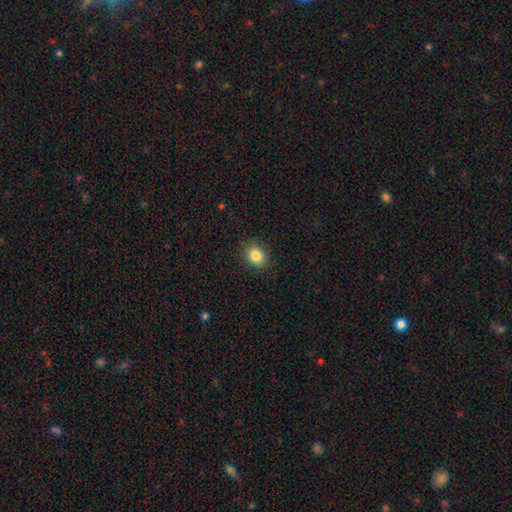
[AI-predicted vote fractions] The model was most divided on "how rounded": round: 51%, in between: 48%, cigar-shaped: 1%. More confident: merging — none (88%); smooth or featured — smooth (84%).